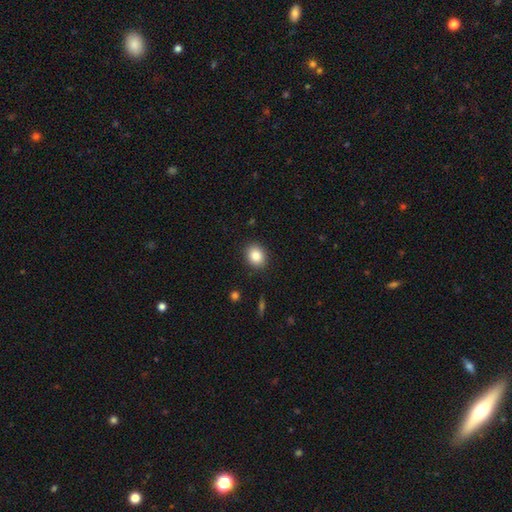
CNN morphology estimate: A smooth galaxy with no disk features (86%) that is round (56%).

Vote fractions:
- Smooth or featured? smooth: 86% / star or artifact: 9% / featured or disk: 5%
- How rounded? round: 56% / in between: 43% / cigar-shaped: 1%
- Merging? none: 89% / minor disturbance: 8% / major disturbance: 2% / merger: 1%